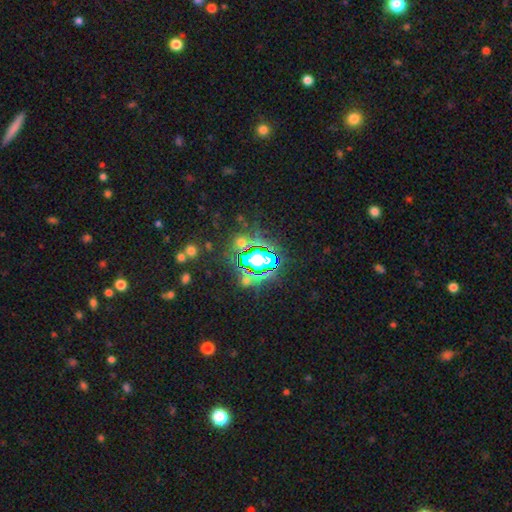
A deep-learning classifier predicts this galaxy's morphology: The model was most divided on "smooth or featured": star or artifact: 81%, smooth: 11%, featured or disk: 7%.